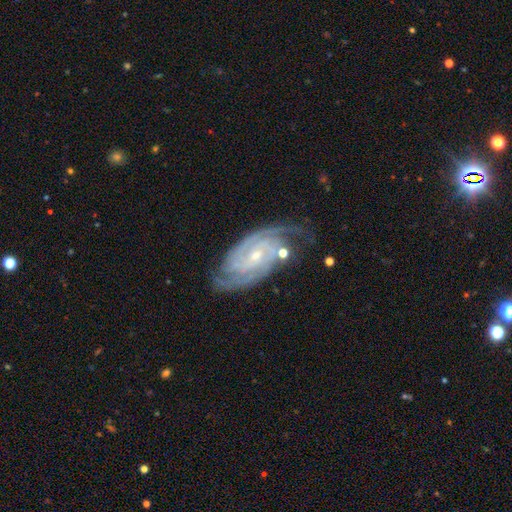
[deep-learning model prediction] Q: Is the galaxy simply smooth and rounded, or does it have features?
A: featured or disk — 91%.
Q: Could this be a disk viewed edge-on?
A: no — 96%.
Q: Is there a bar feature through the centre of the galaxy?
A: no — 50%.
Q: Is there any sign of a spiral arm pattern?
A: yes — 98%.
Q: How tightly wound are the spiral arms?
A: tight — 69%.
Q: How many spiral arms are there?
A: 2 — 38%.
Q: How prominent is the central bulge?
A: small — 71%.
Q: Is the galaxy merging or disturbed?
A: none — 69%.